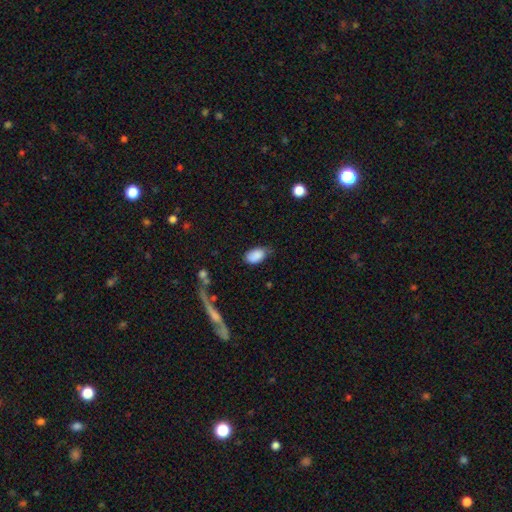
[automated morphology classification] smooth 87%, star or artifact 7%, featured or disk 6%. Down the decision tree: how rounded — in between (93%); merging — none (60%).